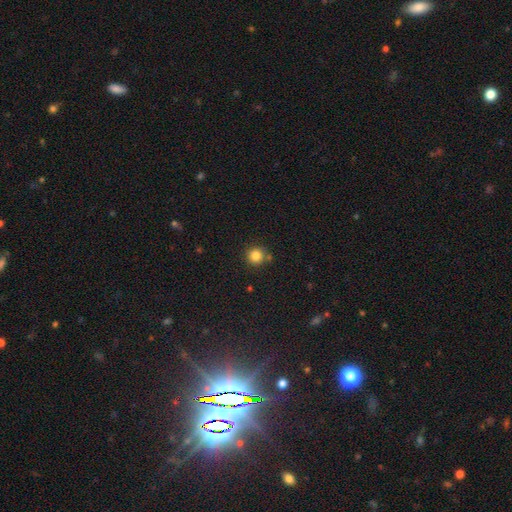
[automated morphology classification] smooth 84%, star or artifact 11%, featured or disk 5%. Down the decision tree: how rounded — round (94%); merging — none (81%).